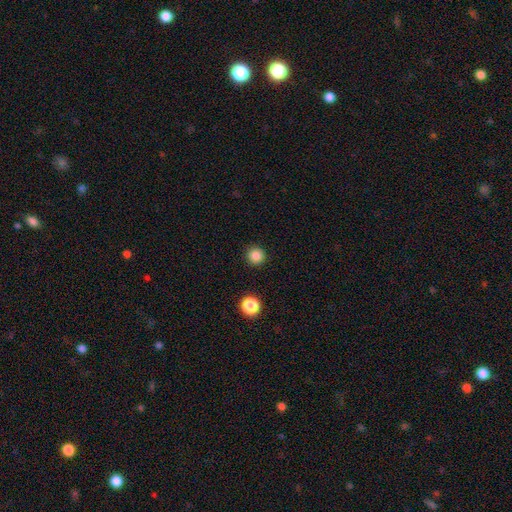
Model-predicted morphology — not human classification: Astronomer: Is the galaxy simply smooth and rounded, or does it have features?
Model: smooth — 85%.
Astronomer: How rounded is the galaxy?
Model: round — 95%.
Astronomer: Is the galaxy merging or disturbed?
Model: none — 92%.